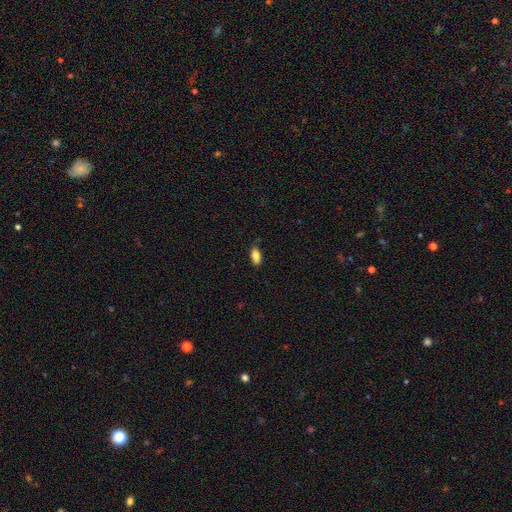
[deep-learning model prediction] Q: Smooth or featured?
A: smooth (82%); runner-up: featured or disk (10%)
Q: How rounded?
A: in between (88%); runner-up: cigar-shaped (8%)
Q: Merging?
A: none (75%); runner-up: minor disturbance (20%)